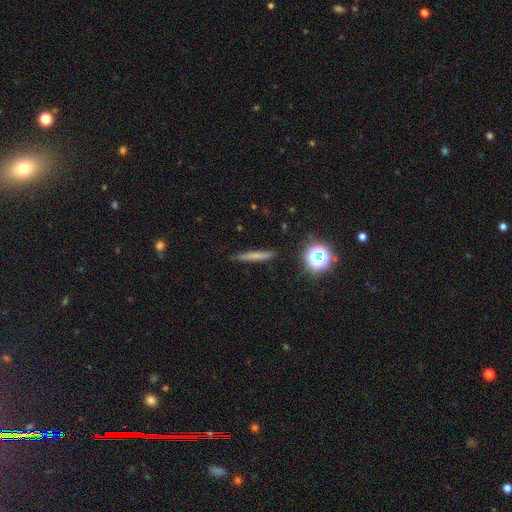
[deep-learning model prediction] smooth-or-featured: smooth: 61% | featured or disk: 26% | star or artifact: 13%
  how-rounded: cigar-shaped: 89% | round: 5% | in between: 5%
  merging: none: 87% | minor disturbance: 9% | major disturbance: 2% | merger: 2%